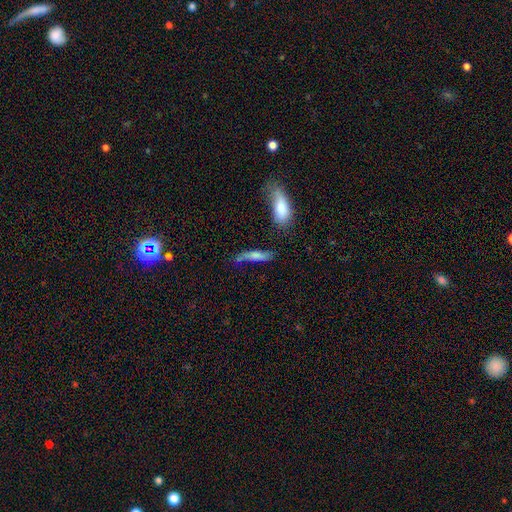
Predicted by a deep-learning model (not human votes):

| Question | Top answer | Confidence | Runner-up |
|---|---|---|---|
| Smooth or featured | smooth | 69% | featured or disk (23%) |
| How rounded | cigar-shaped | 72% | in between (25%) |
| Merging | none | 49% | minor disturbance (27%) |